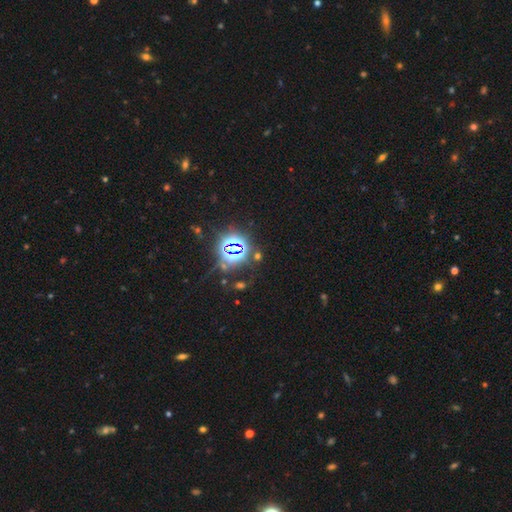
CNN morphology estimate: Smooth or featured: star or artifact — 80% (smooth — 12%)